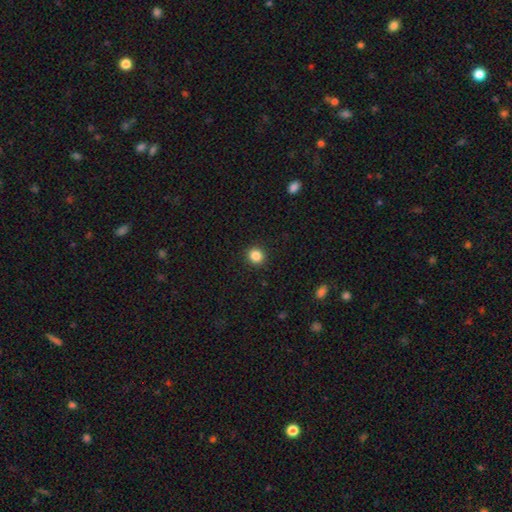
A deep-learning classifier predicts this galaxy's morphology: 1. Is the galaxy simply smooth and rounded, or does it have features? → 86% smooth, 10% star or artifact, 3% featured or disk.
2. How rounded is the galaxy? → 87% round, 12% in between, 1% cigar-shaped.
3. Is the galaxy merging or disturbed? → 92% none, 5% minor disturbance, 2% major disturbance, 1% merger.